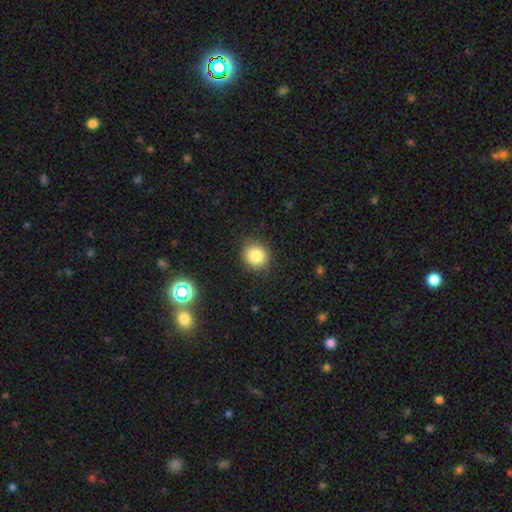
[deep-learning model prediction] Q: Smooth or featured?
A: smooth (85%); runner-up: star or artifact (10%)
Q: How rounded?
A: round (88%); runner-up: in between (11%)
Q: Merging?
A: none (88%); runner-up: minor disturbance (8%)